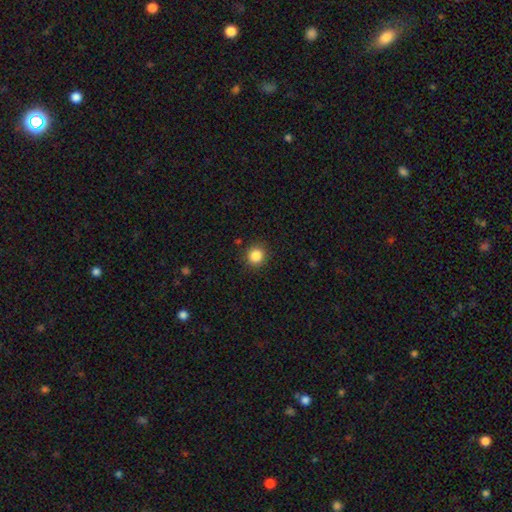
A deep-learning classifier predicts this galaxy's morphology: This appears to be a smooth galaxy with no disk features (86%) that is round (90%). Merging: none (90%).